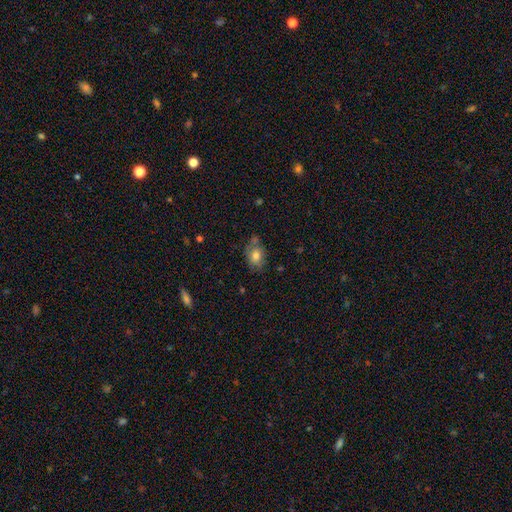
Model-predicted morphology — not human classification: A smooth galaxy with no disk features (66%) that is in between round and cigar-shaped (72%).

Vote fractions:
- Smooth or featured? smooth: 66% / featured or disk: 24% / star or artifact: 10%
- How rounded? in between: 72% / round: 27% / cigar-shaped: 1%
- Merging? none: 57% / minor disturbance: 26% / major disturbance: 10% / merger: 7%